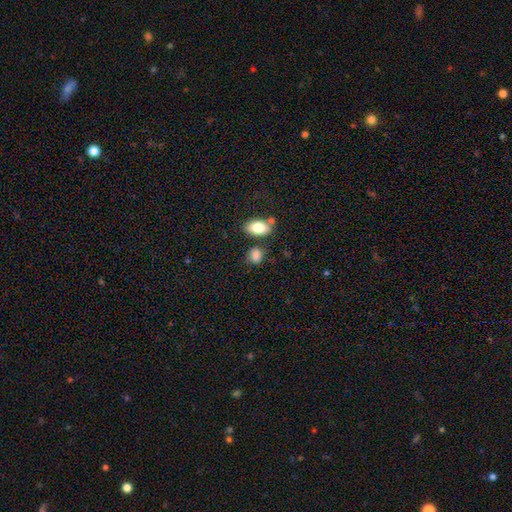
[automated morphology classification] type=smooth (84%); roundness=in between (70%); merging=none (65%).